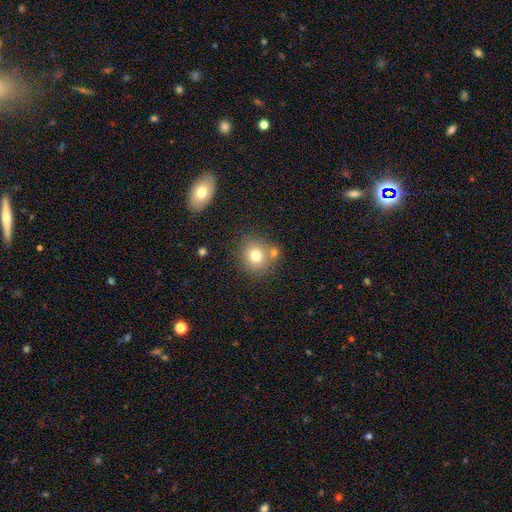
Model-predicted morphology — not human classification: Overall: smooth (75%). How rounded: round (84%). Merging: none (66%).